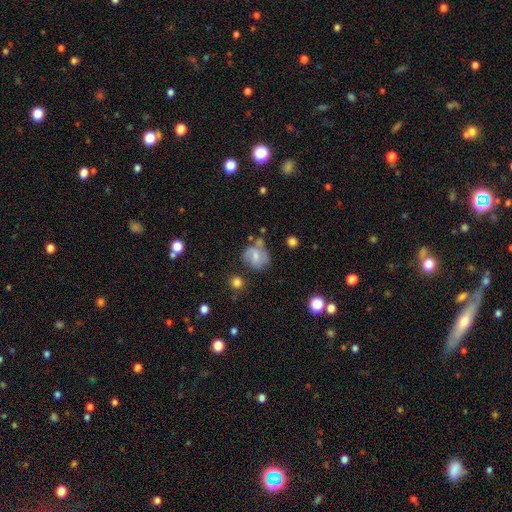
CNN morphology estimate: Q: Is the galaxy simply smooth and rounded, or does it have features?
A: featured or disk — 51%.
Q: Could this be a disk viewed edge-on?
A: no — 97%.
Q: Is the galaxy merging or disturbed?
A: none — 50%.